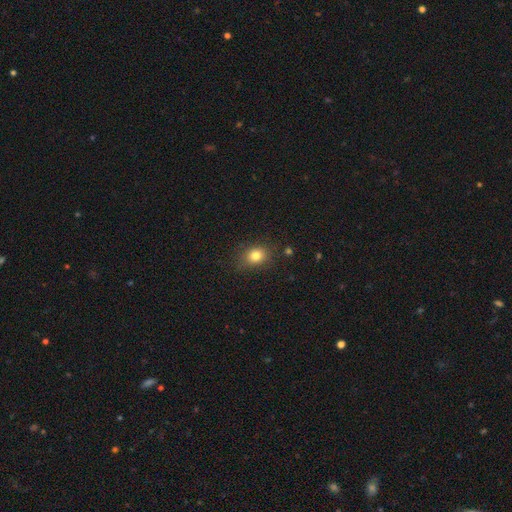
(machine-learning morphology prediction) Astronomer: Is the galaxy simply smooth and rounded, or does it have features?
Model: smooth — 80%.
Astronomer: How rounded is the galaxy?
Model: round — 53% (runner-up: in between, 46%).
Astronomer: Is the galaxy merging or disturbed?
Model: none — 82%.